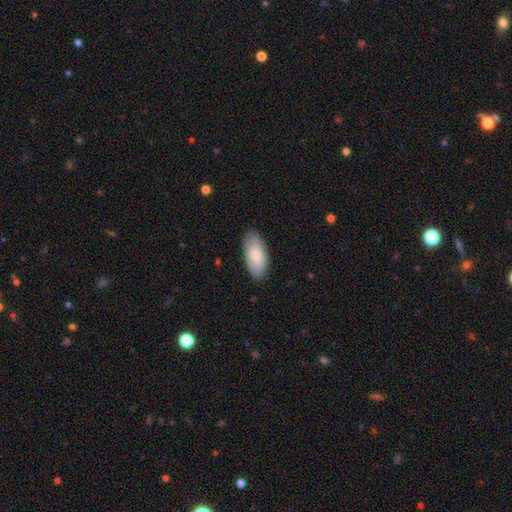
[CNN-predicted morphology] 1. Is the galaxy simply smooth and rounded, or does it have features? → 76% smooth, 18% featured or disk, 5% star or artifact.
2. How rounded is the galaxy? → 91% in between, 7% cigar-shaped, 2% round.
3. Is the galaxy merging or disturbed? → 84% none, 12% minor disturbance, 2% major disturbance, 1% merger.